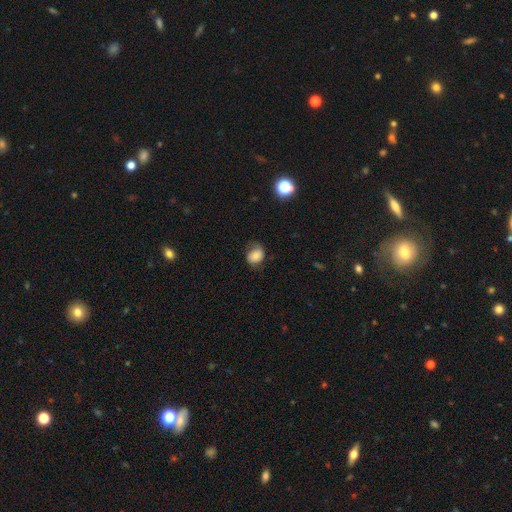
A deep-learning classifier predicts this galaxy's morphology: A smooth galaxy with no disk features (72%) that is round (51%). Merging: none (54%).